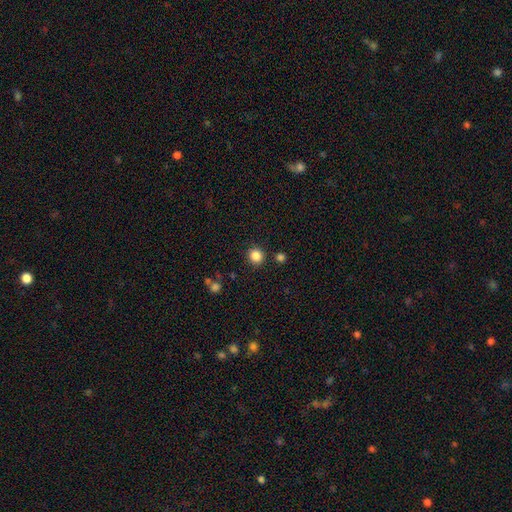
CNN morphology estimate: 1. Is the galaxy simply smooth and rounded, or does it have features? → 85% smooth, 11% star or artifact, 4% featured or disk.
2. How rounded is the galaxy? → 85% round, 14% in between, 1% cigar-shaped.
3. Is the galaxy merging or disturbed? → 87% none, 7% minor disturbance, 4% merger, 2% major disturbance.